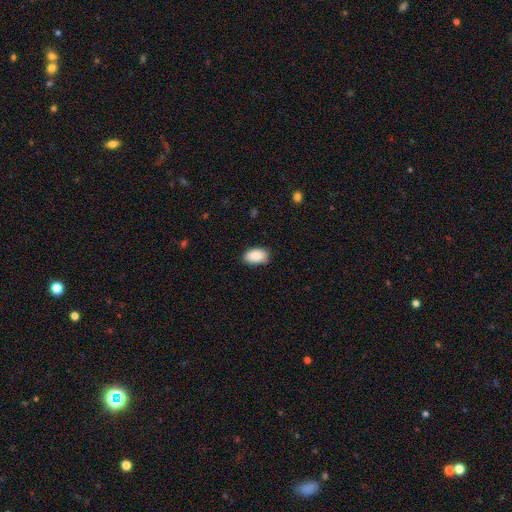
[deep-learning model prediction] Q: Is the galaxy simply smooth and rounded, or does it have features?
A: smooth — 89%.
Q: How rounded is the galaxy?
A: in between — 93%.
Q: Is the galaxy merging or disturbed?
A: none — 79%.